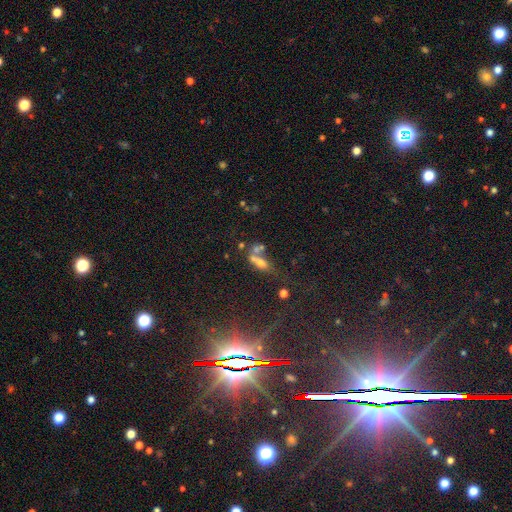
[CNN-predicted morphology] Smooth or featured? Predicted: smooth (p=0.51). How rounded? Predicted: in between (p=0.60). Merging? Predicted: merger (p=0.46).